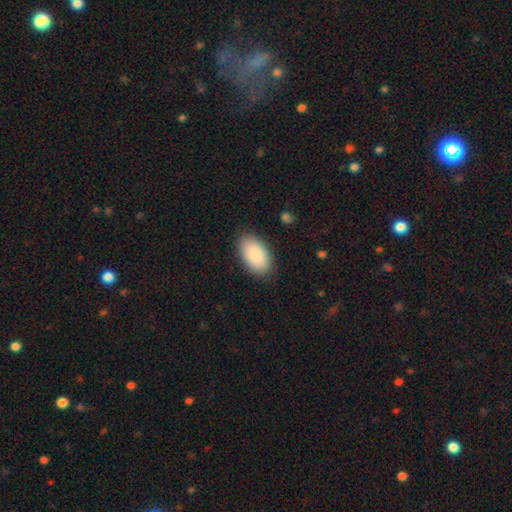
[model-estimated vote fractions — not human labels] Smooth or featured? Predicted: smooth (p=0.89). How rounded? Predicted: in between (p=0.95). Merging? Predicted: none (p=0.87).